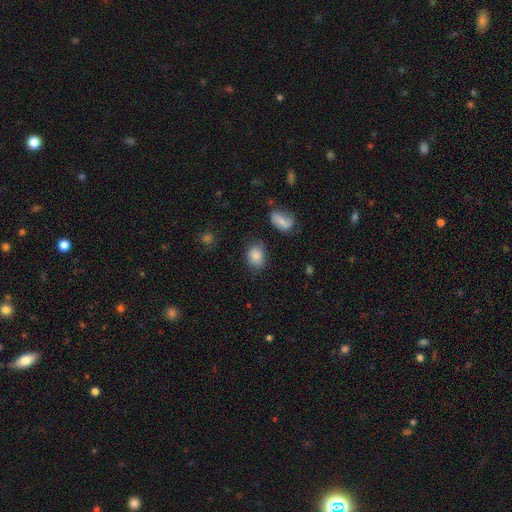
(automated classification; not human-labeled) A smooth galaxy with no disk features (85%) that is in between round and cigar-shaped (61%). Merging: none (72%).